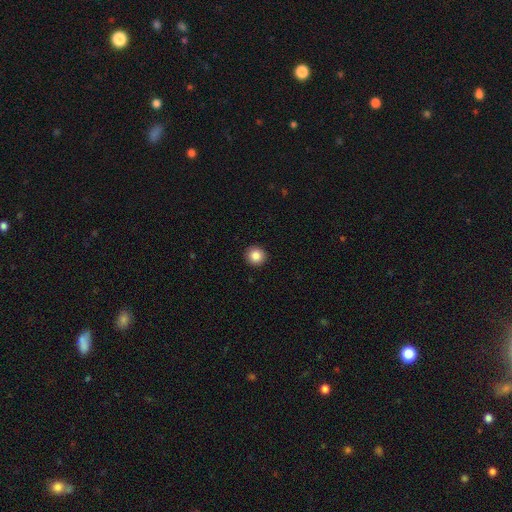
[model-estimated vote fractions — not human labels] Overall: smooth (87%). How rounded: round (95%). Merging: none (93%).